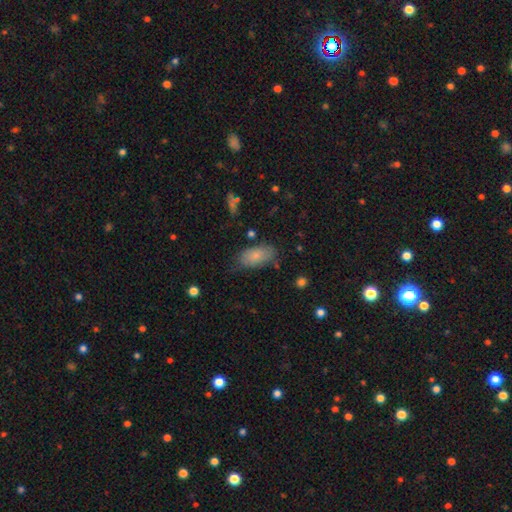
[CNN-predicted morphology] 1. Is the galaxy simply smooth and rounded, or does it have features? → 79% smooth, 14% featured or disk, 7% star or artifact.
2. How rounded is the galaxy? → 92% in between, 4% cigar-shaped, 4% round.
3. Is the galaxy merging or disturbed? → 67% none, 24% minor disturbance, 6% major disturbance, 3% merger.